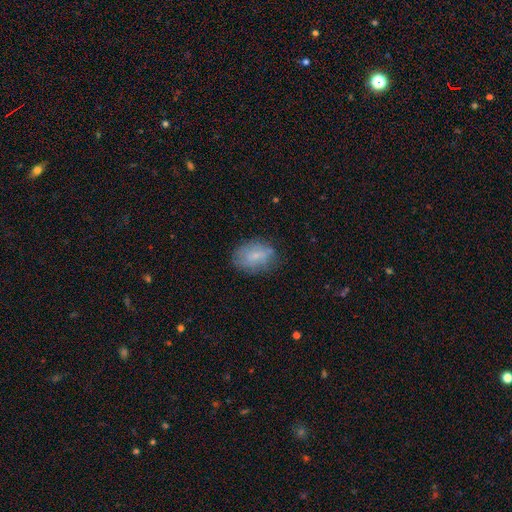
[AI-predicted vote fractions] Overall: smooth (69%). How rounded: in between (75%). Merging: none (69%).